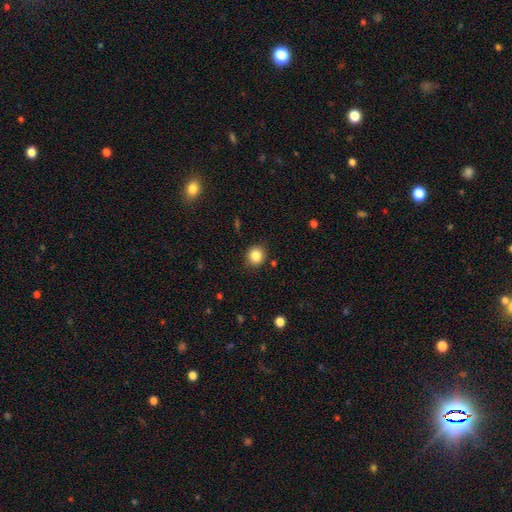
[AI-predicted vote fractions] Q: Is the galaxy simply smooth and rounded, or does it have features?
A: smooth — 84%.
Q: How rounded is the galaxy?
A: round — 84%.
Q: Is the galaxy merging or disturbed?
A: none — 88%.